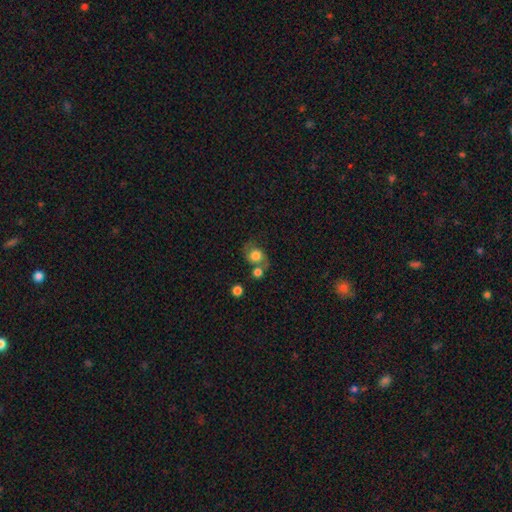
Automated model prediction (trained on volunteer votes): A smooth galaxy with no disk features (60%) that is round (69%). Merging: none (44%).